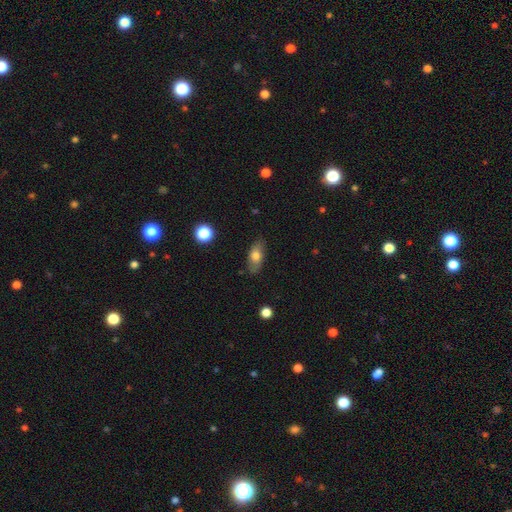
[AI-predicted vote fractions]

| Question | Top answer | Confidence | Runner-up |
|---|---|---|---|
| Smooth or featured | smooth | 67% | featured or disk (25%) |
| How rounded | in between | 83% | cigar-shaped (11%) |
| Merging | none | 82% | minor disturbance (14%) |